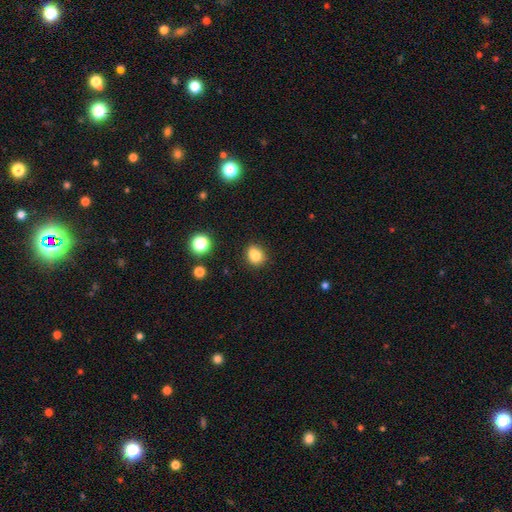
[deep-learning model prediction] Q: Smooth or featured?
A: smooth (81%); runner-up: star or artifact (12%)
Q: How rounded?
A: round (57%); runner-up: in between (41%)
Q: Merging?
A: none (72%); runner-up: minor disturbance (19%)